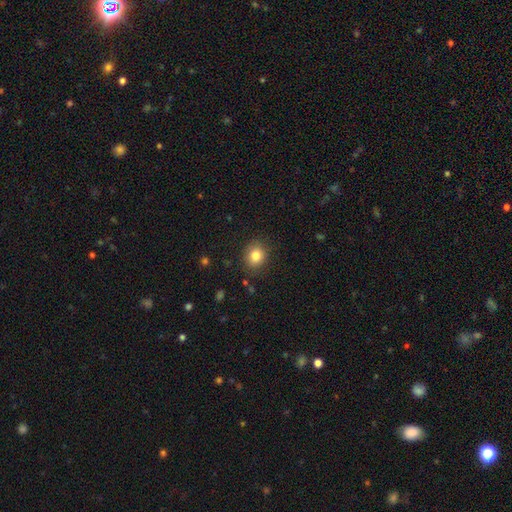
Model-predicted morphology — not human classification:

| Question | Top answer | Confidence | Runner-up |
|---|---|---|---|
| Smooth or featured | smooth | 83% | star or artifact (10%) |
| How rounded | round | 64% | in between (35%) |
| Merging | none | 86% | minor disturbance (10%) |